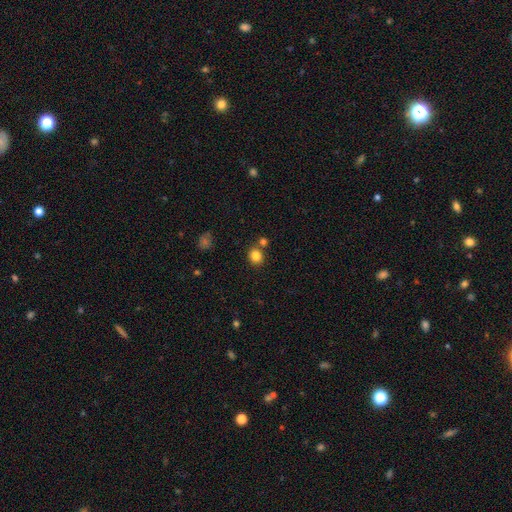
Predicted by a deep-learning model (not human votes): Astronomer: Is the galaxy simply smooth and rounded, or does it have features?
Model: smooth — 83%.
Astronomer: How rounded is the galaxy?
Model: round — 78%.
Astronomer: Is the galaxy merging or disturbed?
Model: none — 74%.